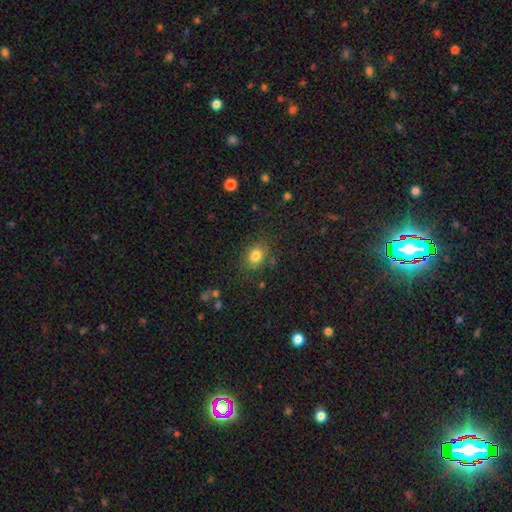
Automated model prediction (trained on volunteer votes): The model was most divided on "how rounded": round: 55%, in between: 43%, cigar-shaped: 1%. More confident: smooth or featured — smooth (81%); merging — none (78%).